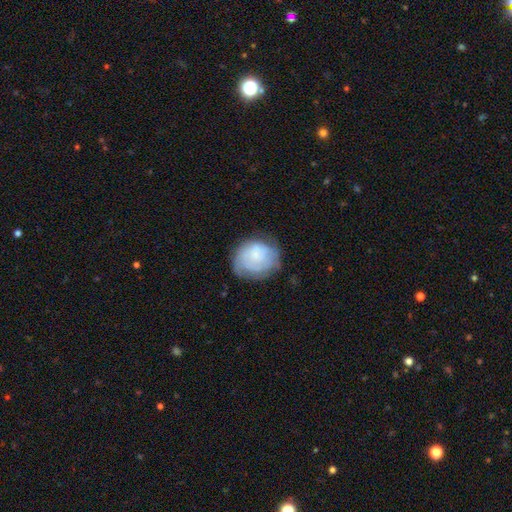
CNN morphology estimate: Smooth or featured: smooth — 53% (featured or disk — 39%)
How rounded: round — 65% (in between — 34%)
Merging: none — 57% (minor disturbance — 28%)